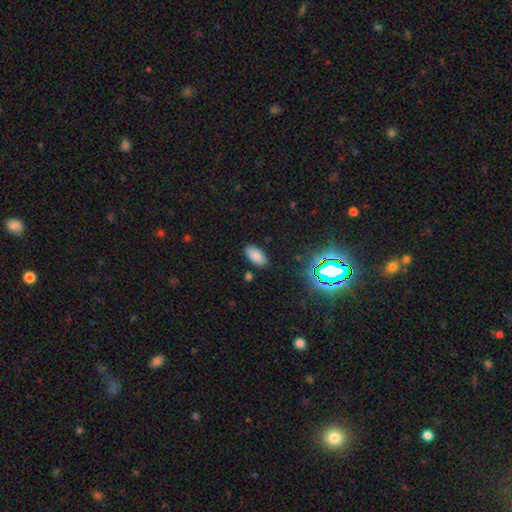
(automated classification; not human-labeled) Smooth or featured? smooth (80%)
How rounded? in between (93%)
Merging? none (86%)